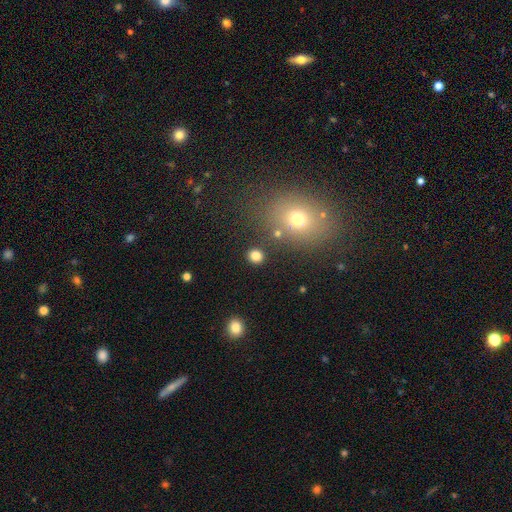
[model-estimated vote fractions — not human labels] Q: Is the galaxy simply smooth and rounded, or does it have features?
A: smooth — 82%.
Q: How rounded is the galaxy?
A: round — 83%.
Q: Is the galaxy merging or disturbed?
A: none — 87%.